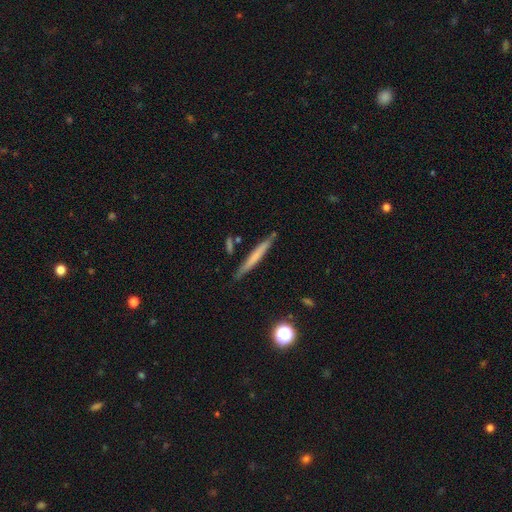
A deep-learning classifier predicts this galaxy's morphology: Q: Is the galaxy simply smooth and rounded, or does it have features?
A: smooth — 57%.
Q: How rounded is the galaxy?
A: cigar-shaped — 96%.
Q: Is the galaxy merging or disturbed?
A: none — 86%.